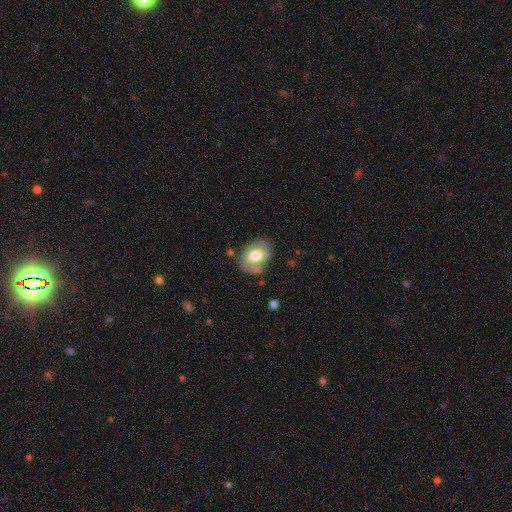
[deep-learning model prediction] The model was most divided on "smooth or featured": smooth: 51%, featured or disk: 43%, star or artifact: 7%. More confident: how rounded — in between (78%); merging — none (67%).